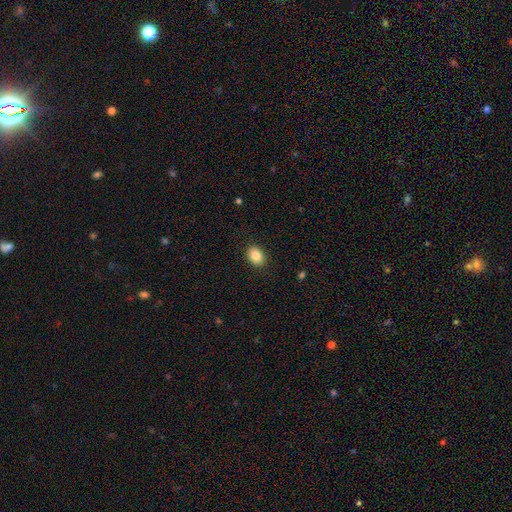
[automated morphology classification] This appears to be a smooth galaxy with no disk features (86%) that is in between round and cigar-shaped (66%). Merging: none (90%).